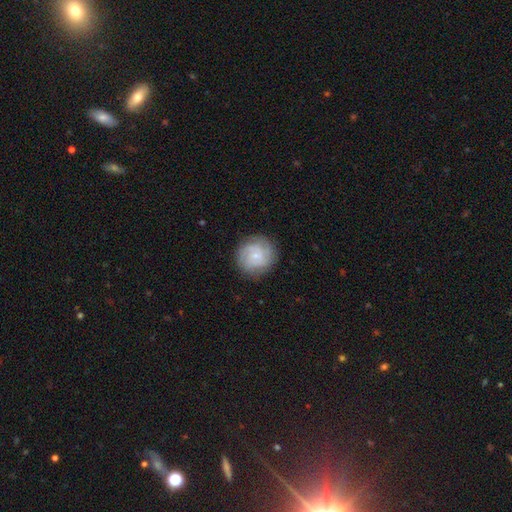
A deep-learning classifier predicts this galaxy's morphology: Overall: featured or disk (64%; smooth 29%). Edge-on disk: no (98%). Bar: no (74%). Spiral arms: yes (90%). Spiral arm count: can't tell (33%; 3 24%). Spiral winding: tight (64%; medium 29%). Bulge size: small (77%). Merging: none (82%).